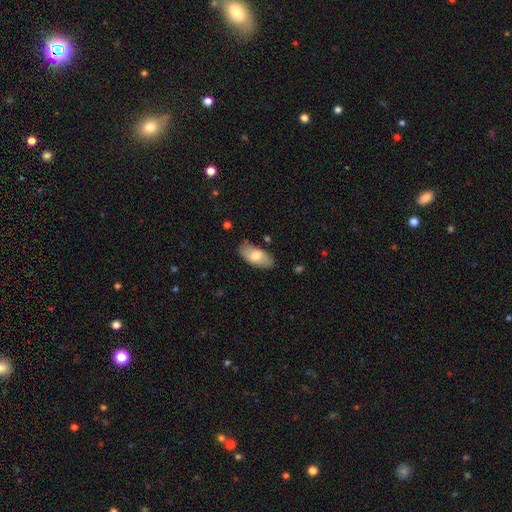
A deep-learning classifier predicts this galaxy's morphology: Smooth or featured: smooth — 70% (featured or disk — 24%)
How rounded: in between — 93% (cigar-shaped — 5%)
Merging: none — 83% (minor disturbance — 13%)